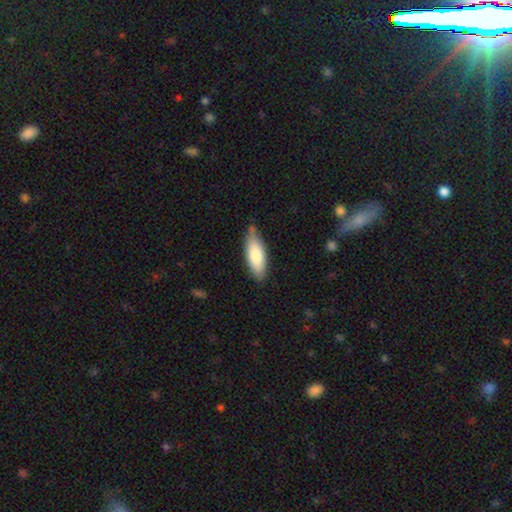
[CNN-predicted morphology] The model was most divided on "how rounded": in between: 66%, cigar-shaped: 32%, round: 2%. More confident: smooth or featured — smooth (80%); merging — none (74%).